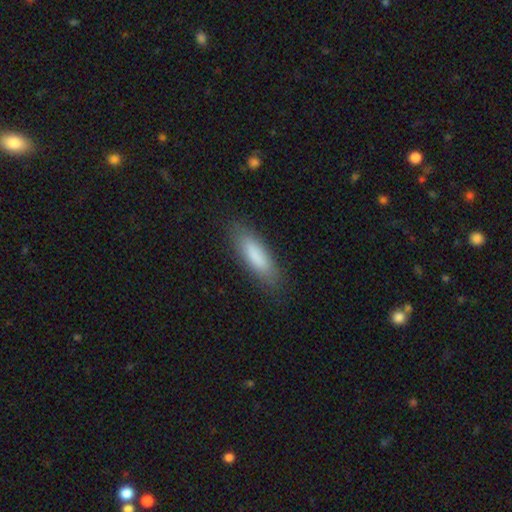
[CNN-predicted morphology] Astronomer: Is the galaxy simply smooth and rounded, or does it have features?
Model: smooth — 84%.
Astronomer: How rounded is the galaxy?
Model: cigar-shaped — 50% (runner-up: in between, 48%).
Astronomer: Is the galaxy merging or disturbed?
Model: none — 84%.